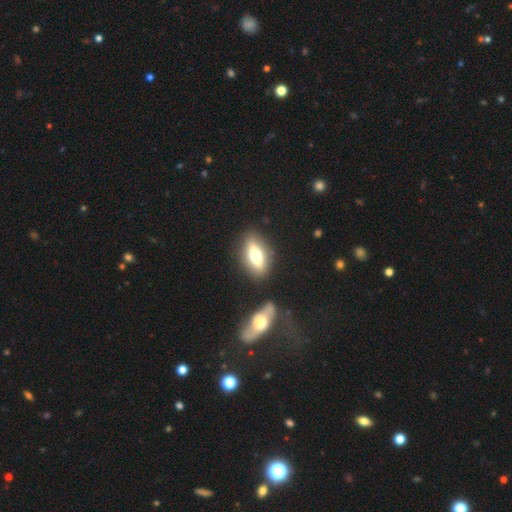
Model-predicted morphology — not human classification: Overall: smooth (55%; featured or disk 37%). How rounded: in between (71%). Merging: none (80%).